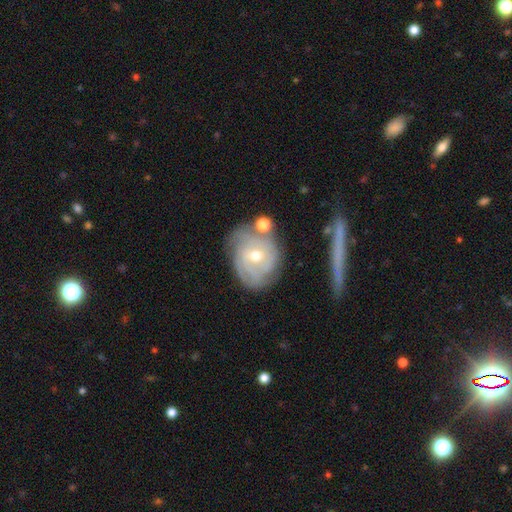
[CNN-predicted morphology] The model was most divided on "bulge size": moderate: 54%, small: 43%, large: 2%, none: 1%, dominant: 1%. Remaining: edge-on disk — no (96%); spiral arms — yes (89%); smooth or featured — featured or disk (75%); spiral winding — tight (69%); bar — no (66%); merging — none (65%); spiral arm count — can't tell (41%).